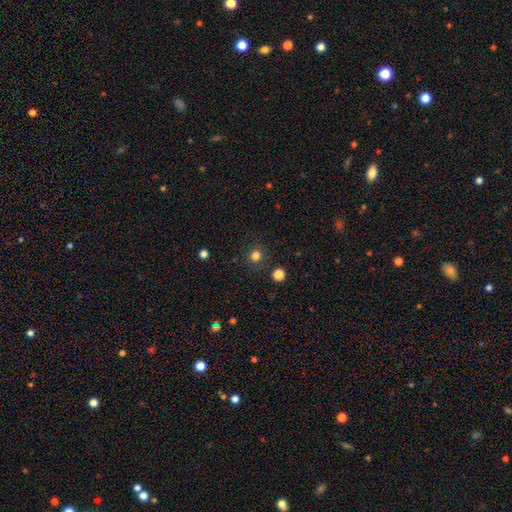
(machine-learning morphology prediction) smooth_or_featured: smooth (p=0.81) [alt: star or artifact p=0.15]
how_rounded: round (p=0.91) [alt: in between p=0.08]
merging: none (p=0.88) [alt: minor disturbance p=0.07]